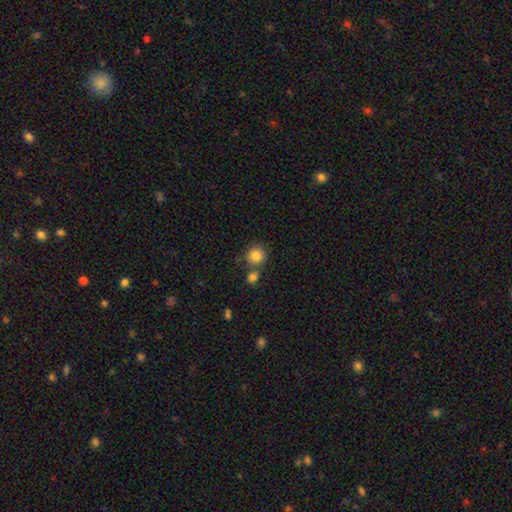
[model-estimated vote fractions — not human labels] Smooth or featured?
  - smooth: 84% *
  - star or artifact: 10%
  - featured or disk: 6%
How rounded?
  - round: 90% *
  - in between: 9%
  - cigar-shaped: 1%
Merging?
  - none: 66% *
  - merger: 22%
  - minor disturbance: 9%
  - major disturbance: 3%